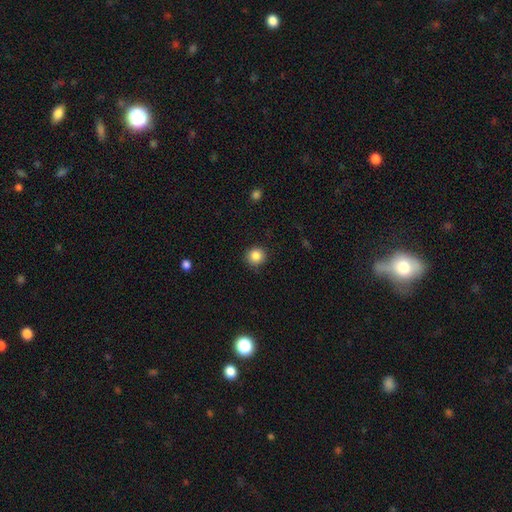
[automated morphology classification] Overall: smooth (85%). How rounded: round (92%). Merging: none (89%).